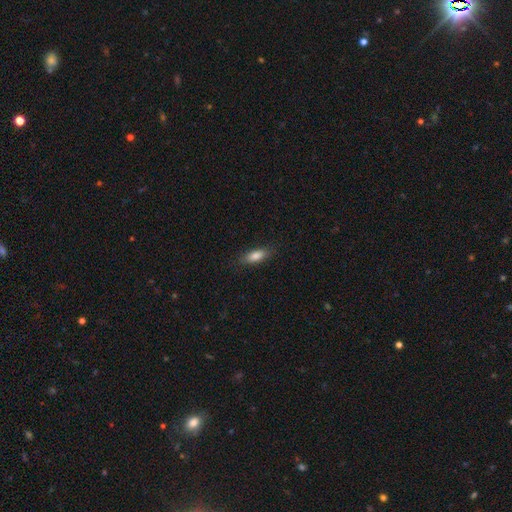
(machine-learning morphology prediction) Smooth or featured? Predicted: smooth (p=0.83). How rounded? Predicted: in between (p=0.72). Merging? Predicted: none (p=0.85).